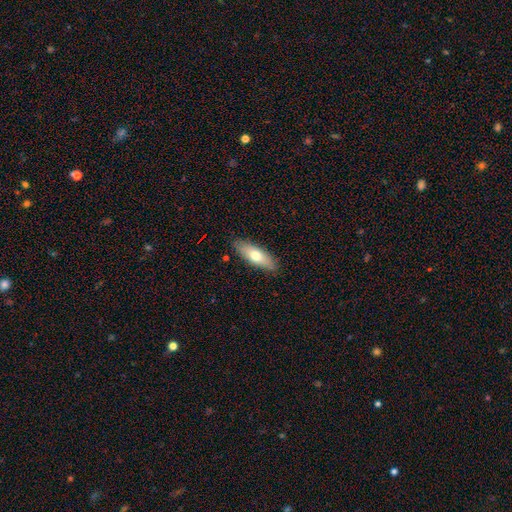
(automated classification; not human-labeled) Smooth or featured? smooth (66%)
How rounded? in between (58%)
Merging? none (86%)